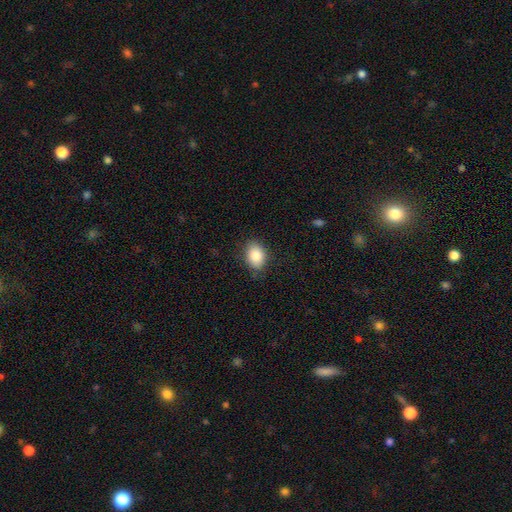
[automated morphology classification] Smooth or featured? Predicted: smooth (p=0.85). How rounded? Predicted: in between (p=0.71). Merging? Predicted: none (p=0.84).